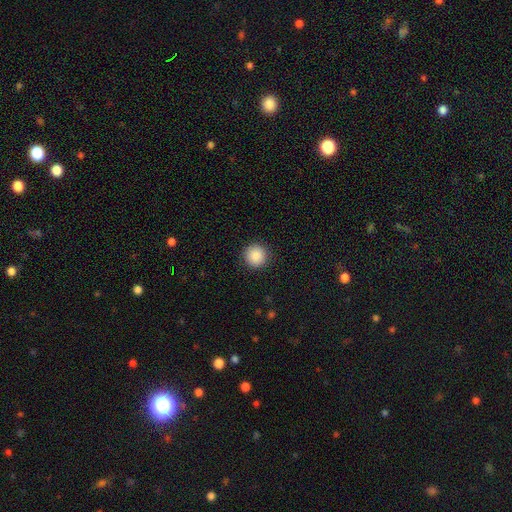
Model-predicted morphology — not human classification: smooth_or_featured: smooth (p=0.89) [alt: star or artifact p=0.08]
how_rounded: round (p=0.95) [alt: in between p=0.04]
merging: none (p=0.92) [alt: minor disturbance p=0.06]